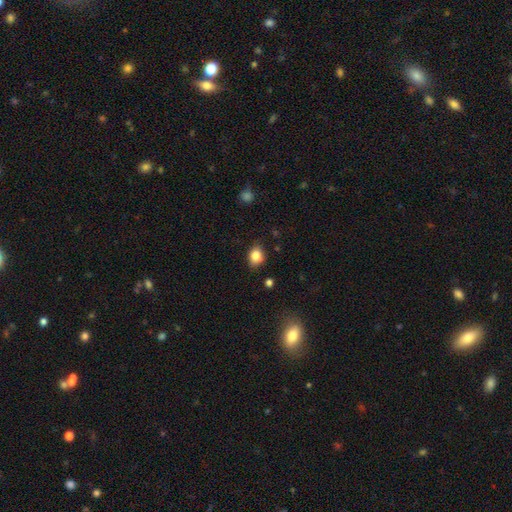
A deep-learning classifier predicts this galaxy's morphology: smooth 84%, star or artifact 10%, featured or disk 6%. Down the decision tree: how rounded — in between (52%); merging — none (81%).